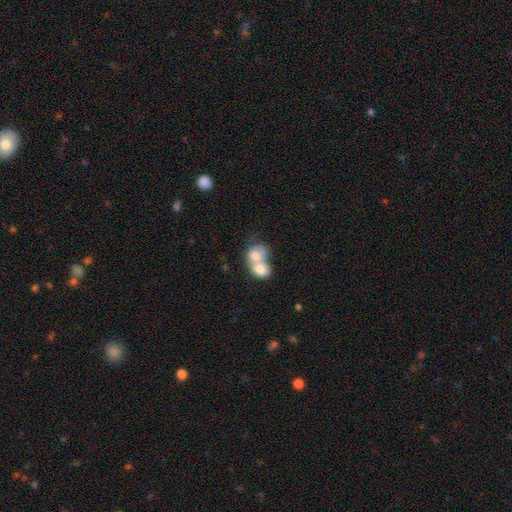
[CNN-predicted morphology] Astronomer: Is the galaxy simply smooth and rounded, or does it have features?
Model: smooth — 73%.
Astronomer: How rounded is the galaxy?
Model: in between — 53% (runner-up: round, 46%).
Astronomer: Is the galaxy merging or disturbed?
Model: merger — 80%.